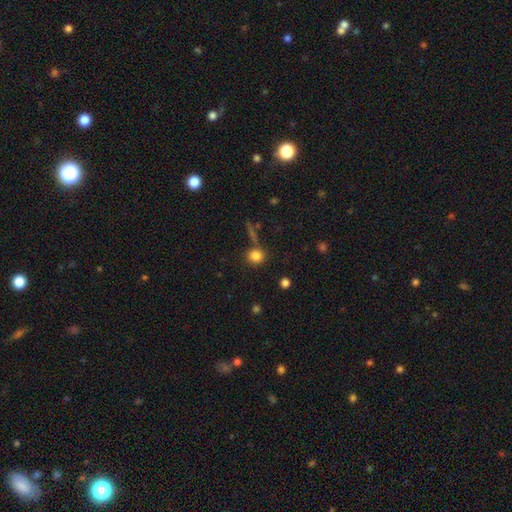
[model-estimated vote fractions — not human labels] The model was most divided on "merging": none: 73%, minor disturbance: 11%, merger: 11%, major disturbance: 5%. More confident: how rounded — round (88%); smooth or featured — smooth (82%).